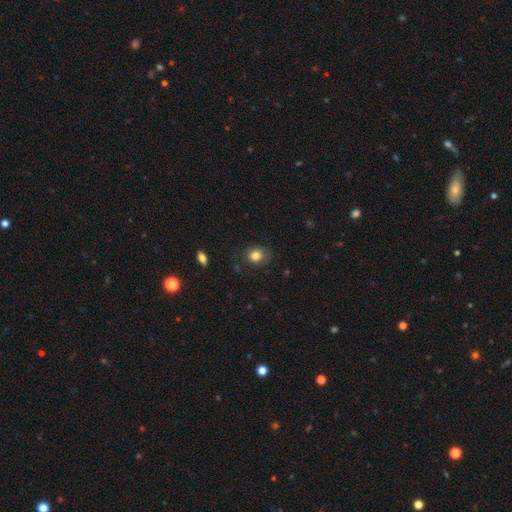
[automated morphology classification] The model was most divided on "how rounded": round: 70%, in between: 29%, cigar-shaped: 1%. More confident: smooth or featured — smooth (82%); merging — none (76%).